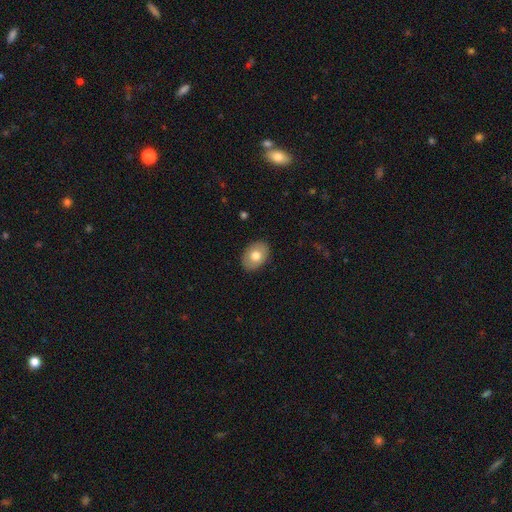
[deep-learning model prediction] This is likely a smooth galaxy (72%). How rounded: likely in between (74%). Merging: clearly none (88%).